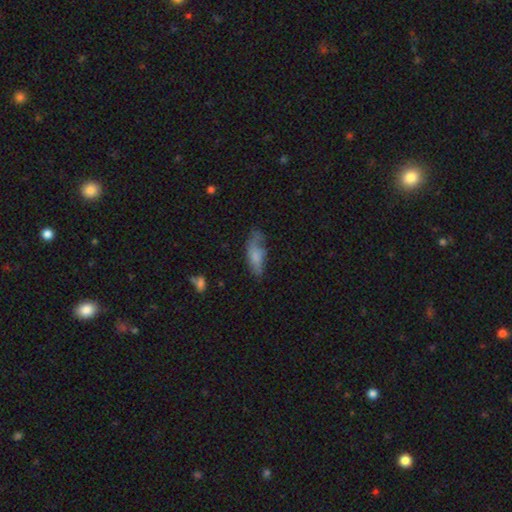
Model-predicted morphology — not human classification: smooth 65%, featured or disk 27%, star or artifact 8%. Down the decision tree: how rounded — in between (71%); merging — none (42%).